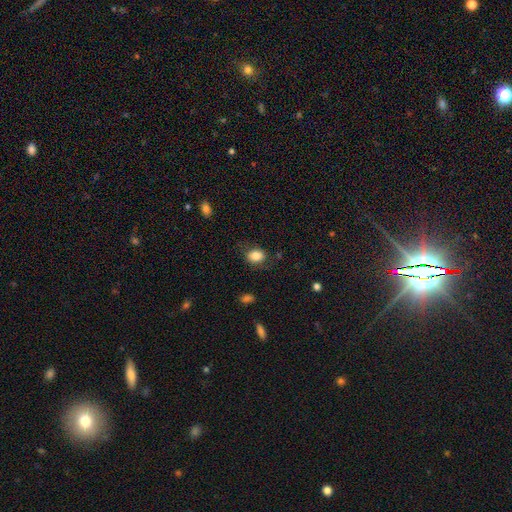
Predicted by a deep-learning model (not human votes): This is clearly a smooth galaxy (82%). How rounded: possibly in between (58%). Merging: likely none (72%).